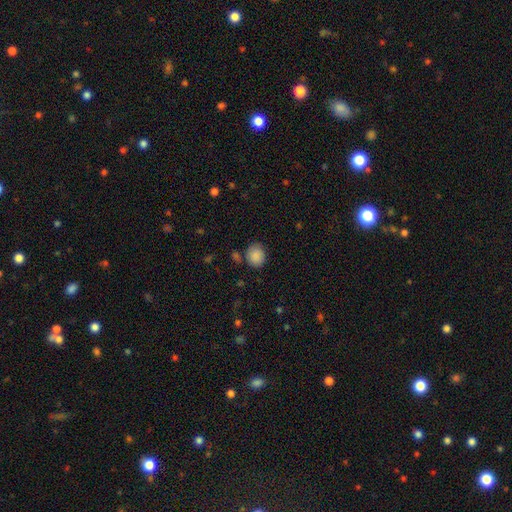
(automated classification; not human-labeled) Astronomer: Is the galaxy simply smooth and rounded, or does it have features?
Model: smooth — 87%.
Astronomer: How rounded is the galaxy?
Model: round — 61% (runner-up: in between, 38%).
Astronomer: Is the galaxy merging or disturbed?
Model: none — 77%.